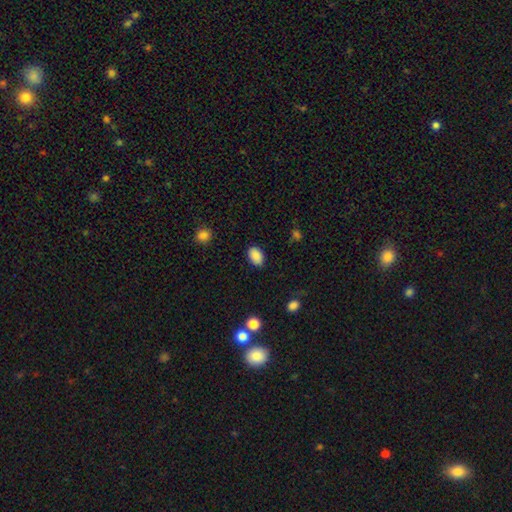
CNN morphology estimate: smooth_or_featured: smooth (p=0.88) [alt: star or artifact p=0.08]
how_rounded: in between (p=0.88) [alt: round p=0.11]
merging: none (p=0.87) [alt: minor disturbance p=0.10]